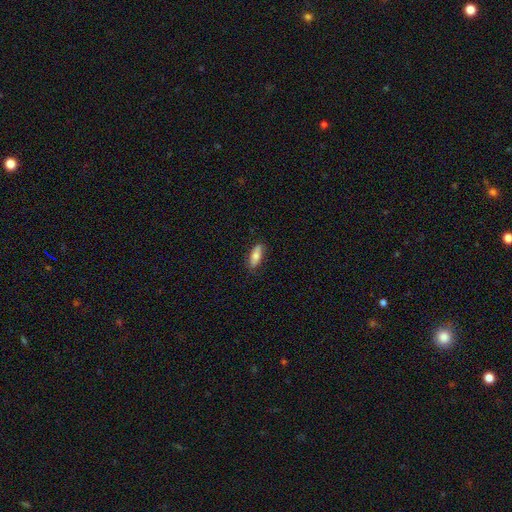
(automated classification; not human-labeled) smooth-or-featured: smooth: 76% | featured or disk: 18% | star or artifact: 6%
  how-rounded: in between: 74% | cigar-shaped: 24% | round: 2%
  merging: none: 81% | minor disturbance: 15% | major disturbance: 3% | merger: 1%